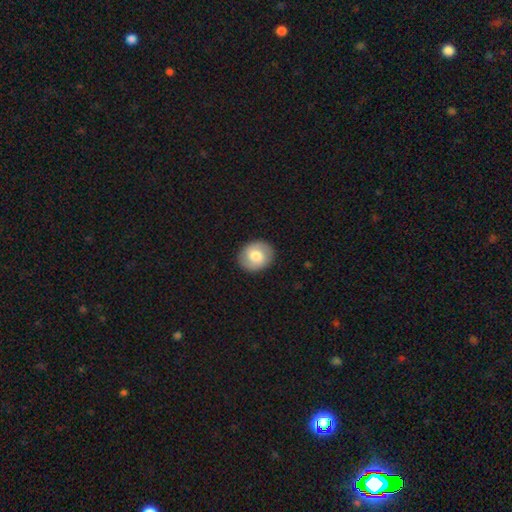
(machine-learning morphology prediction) smooth-or-featured: smooth: 66% | featured or disk: 28% | star or artifact: 7%
  how-rounded: round: 66% | in between: 33% | cigar-shaped: 1%
  merging: none: 89% | minor disturbance: 8% | major disturbance: 2% | merger: 1%